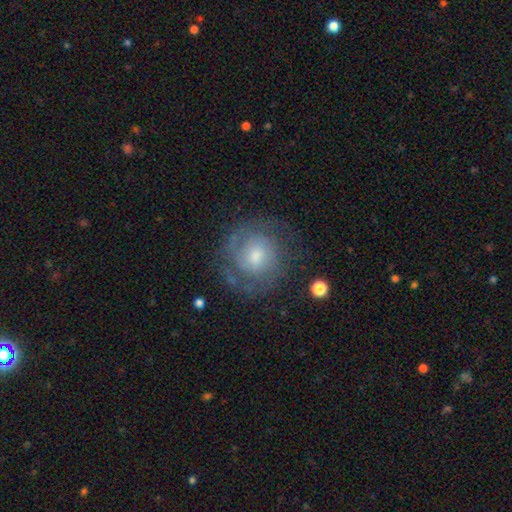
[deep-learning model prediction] This is likely a featured or disk galaxy (65%). It is clearly not viewed edge-on (98%). Bar: possibly no (60%). Spiral arm pattern: clearly yes (84%). Spiral arm count: marginally 2 (40%). Spiral winding: possibly tight (53%). Central bulge: possibly moderate (48%). Merging: likely none (68%).